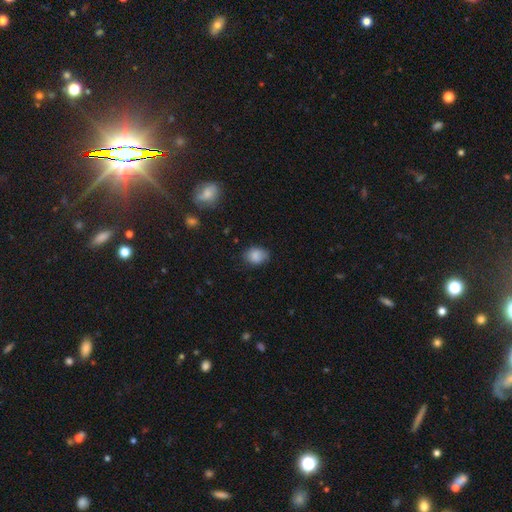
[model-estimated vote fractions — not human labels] This appears to be a smooth galaxy with no disk features (84%) that is in between round and cigar-shaped (59%). Merging: none (69%).